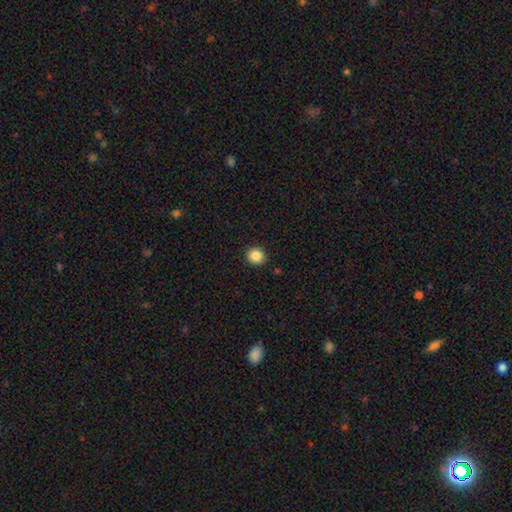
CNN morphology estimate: Smooth or featured? smooth (87%)
How rounded? round (87%)
Merging? none (91%)